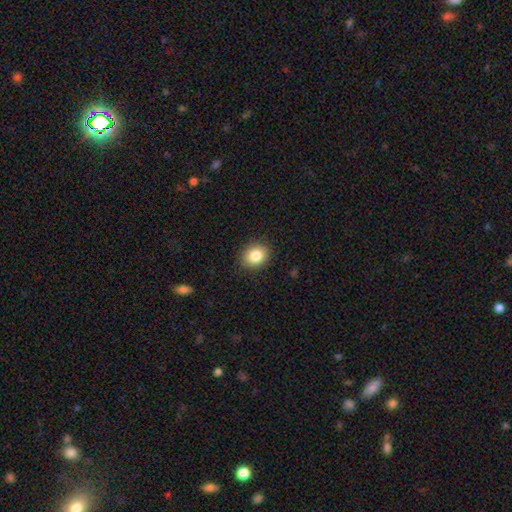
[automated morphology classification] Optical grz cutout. It shows a smooth galaxy with no disk features (84%) that is round (60%). Merging: none (89%).